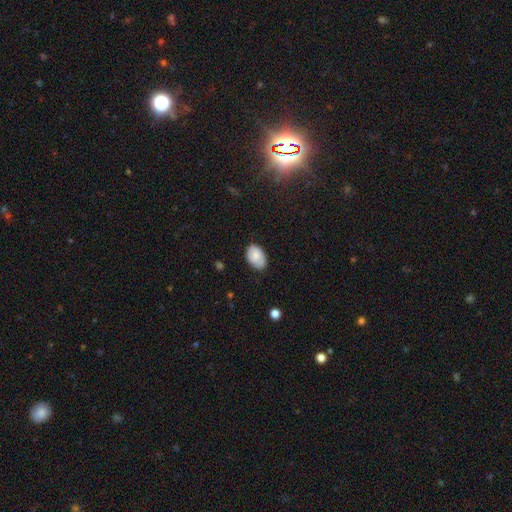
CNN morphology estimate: type=smooth (85%); roundness=in between (89%); merging=none (75%).